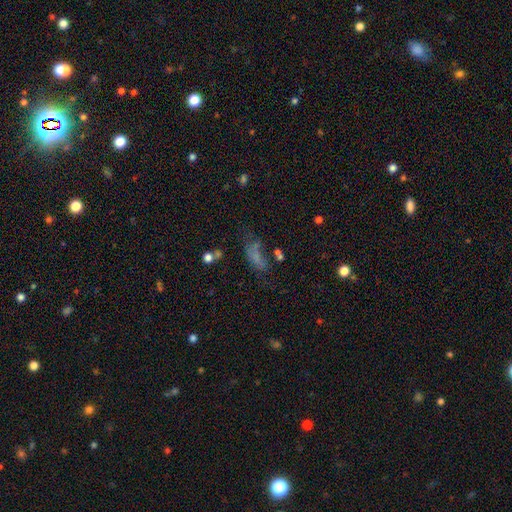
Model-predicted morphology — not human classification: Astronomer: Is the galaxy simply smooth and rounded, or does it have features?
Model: smooth — 56%.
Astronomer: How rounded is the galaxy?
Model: in between — 76%.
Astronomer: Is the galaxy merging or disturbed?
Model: none — 35% (runner-up: major disturbance, 30%).